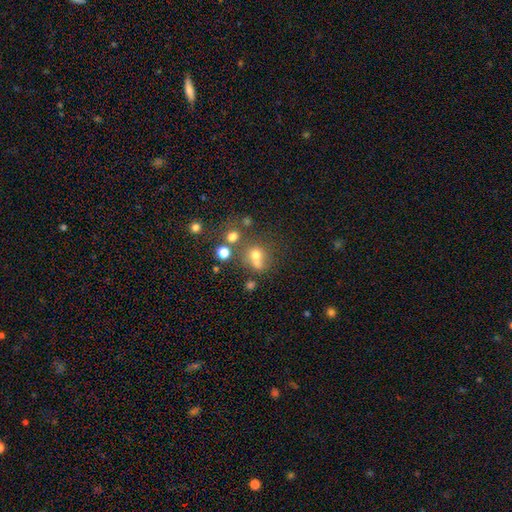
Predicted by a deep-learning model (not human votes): This appears to be a smooth galaxy with no disk features (63%) that is round (72%). Merging: none (44%).